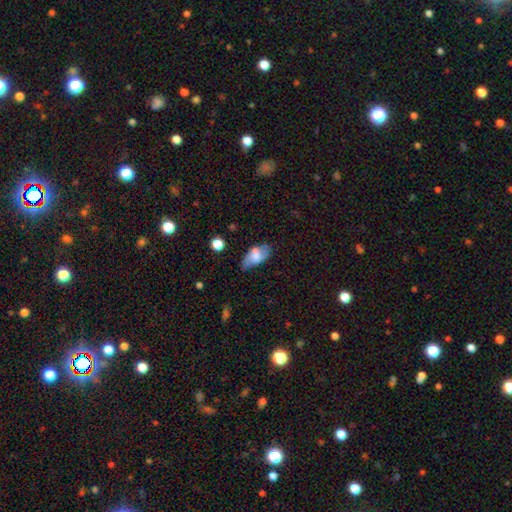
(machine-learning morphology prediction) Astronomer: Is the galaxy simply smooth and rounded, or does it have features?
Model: smooth — 58% (runner-up: featured or disk, 34%).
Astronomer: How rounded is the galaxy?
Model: in between — 91%.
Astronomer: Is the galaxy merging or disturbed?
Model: none — 56%.